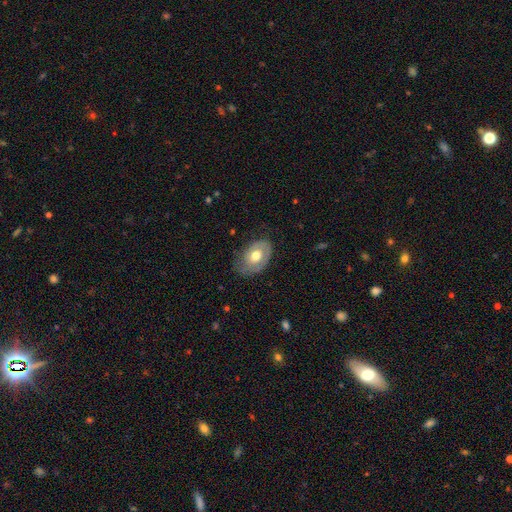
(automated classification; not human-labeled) Smooth or featured?
  - smooth: 53% *
  - featured or disk: 40%
  - star or artifact: 6%
How rounded?
  - in between: 84% *
  - round: 15%
  - cigar-shaped: 1%
Merging?
  - none: 60% *
  - minor disturbance: 29%
  - major disturbance: 10%
  - merger: 1%